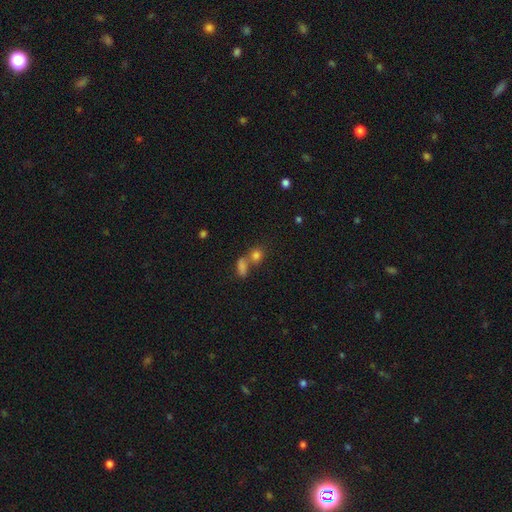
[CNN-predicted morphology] Q: Smooth or featured?
A: smooth (74%); runner-up: star or artifact (18%)
Q: How rounded?
A: round (65%); runner-up: in between (31%)
Q: Merging?
A: none (45%); runner-up: merger (42%)